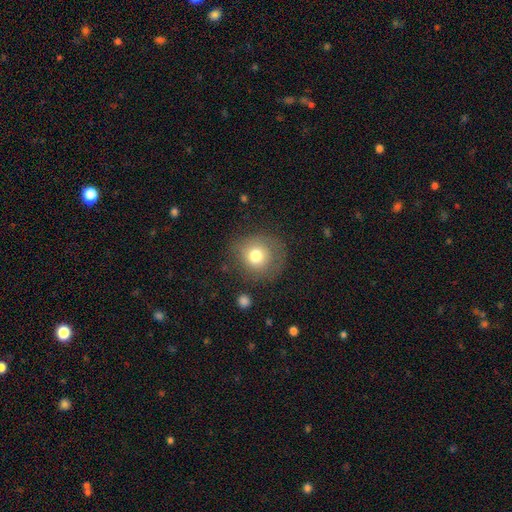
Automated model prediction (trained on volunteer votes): Smooth or featured: smooth — 74% (featured or disk — 16%)
How rounded: round — 88% (in between — 11%)
Merging: none — 70% (minor disturbance — 18%)